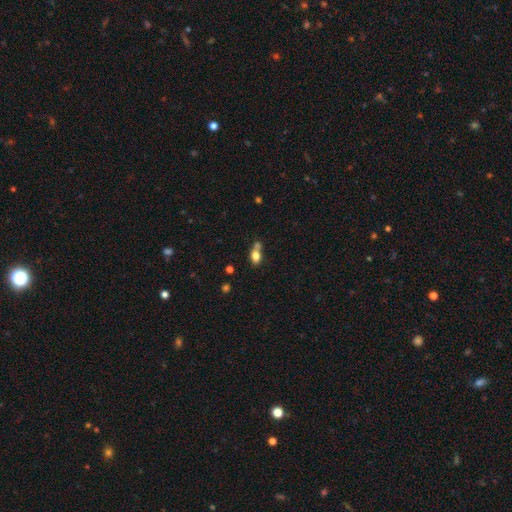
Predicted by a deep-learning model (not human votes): The model was most divided on "merging": none: 44%, merger: 37%, minor disturbance: 14%, major disturbance: 5%. More confident: smooth or featured — smooth (80%); how rounded — in between (78%).